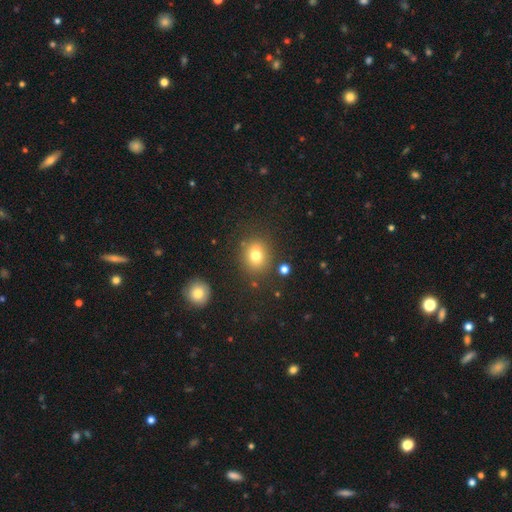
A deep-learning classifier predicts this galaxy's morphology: This is likely a smooth galaxy (75%). How rounded: likely round (75%). Merging: likely none (77%).